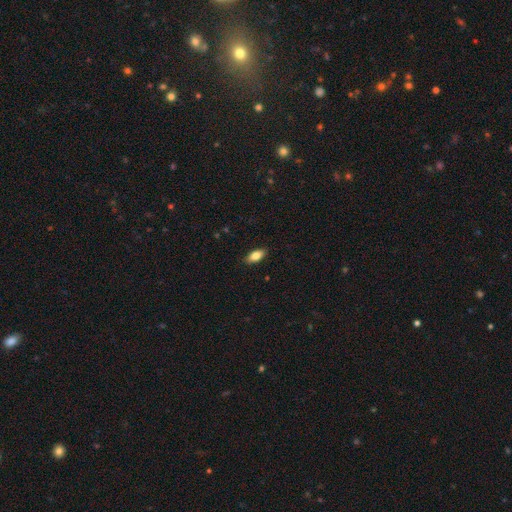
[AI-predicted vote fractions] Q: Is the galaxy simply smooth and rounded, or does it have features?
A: smooth — 82%.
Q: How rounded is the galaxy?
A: in between — 88%.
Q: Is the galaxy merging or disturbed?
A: none — 88%.